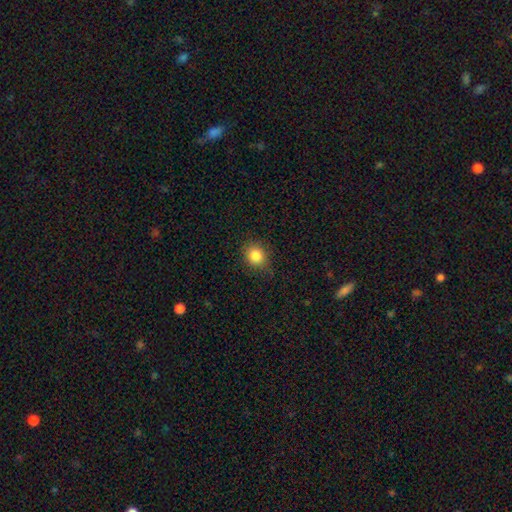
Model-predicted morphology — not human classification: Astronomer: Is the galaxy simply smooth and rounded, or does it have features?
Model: smooth — 84%.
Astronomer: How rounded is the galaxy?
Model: round — 75%.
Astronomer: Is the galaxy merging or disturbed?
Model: none — 80%.